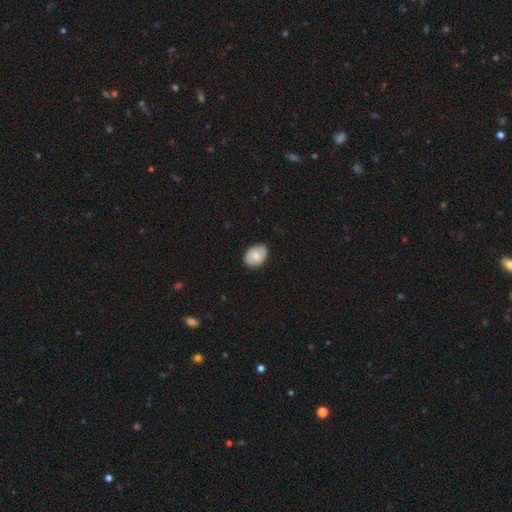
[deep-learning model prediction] A smooth galaxy with no disk features (63%) that is in between round and cigar-shaped (69%).

Vote fractions:
- Smooth or featured? smooth: 63% / featured or disk: 30% / star or artifact: 7%
- How rounded? in between: 69% / round: 30% / cigar-shaped: 1%
- Merging? none: 85% / minor disturbance: 12% / major disturbance: 2% / merger: 1%